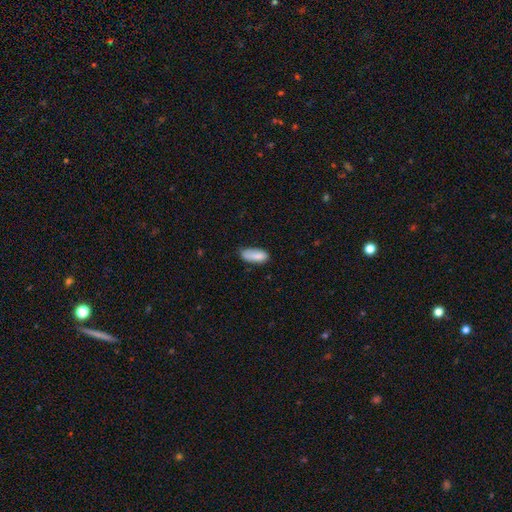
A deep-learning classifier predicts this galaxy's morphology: A smooth galaxy with no disk features (85%) that is in between round and cigar-shaped (77%).

Vote fractions:
- Smooth or featured? smooth: 85% / featured or disk: 8% / star or artifact: 7%
- How rounded? in between: 77% / cigar-shaped: 21% / round: 2%
- Merging? none: 64% / minor disturbance: 27% / major disturbance: 6% / merger: 3%